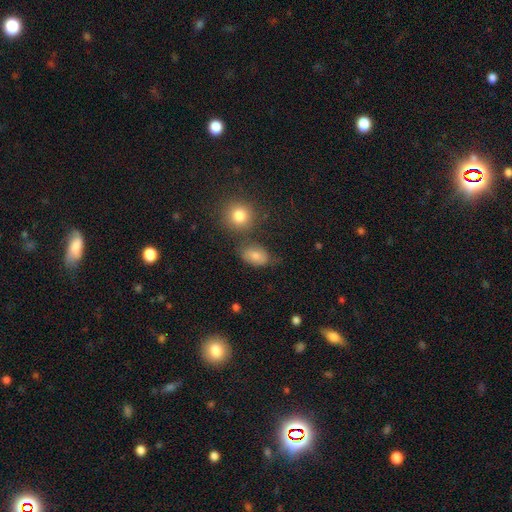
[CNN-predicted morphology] A smooth galaxy with no disk features (75%) that is in between round and cigar-shaped (77%).

Vote fractions:
- Smooth or featured? smooth: 75% / featured or disk: 14% / star or artifact: 11%
- How rounded? in between: 77% / round: 21% / cigar-shaped: 2%
- Merging? none: 62% / minor disturbance: 20% / merger: 10% / major disturbance: 7%